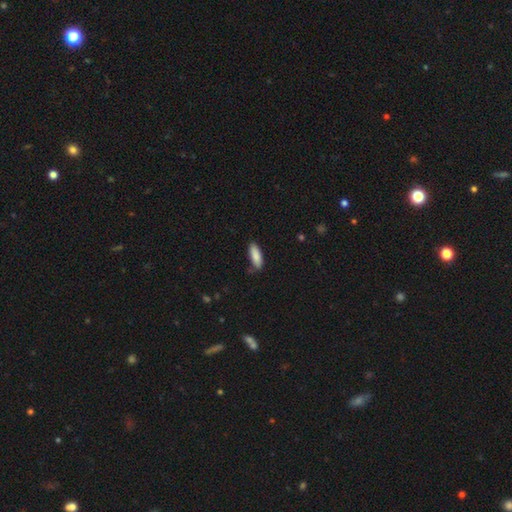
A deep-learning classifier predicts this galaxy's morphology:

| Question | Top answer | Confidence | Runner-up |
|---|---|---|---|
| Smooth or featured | smooth | 87% | featured or disk (7%) |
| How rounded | in between | 63% | cigar-shaped (36%) |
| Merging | none | 80% | minor disturbance (15%) |